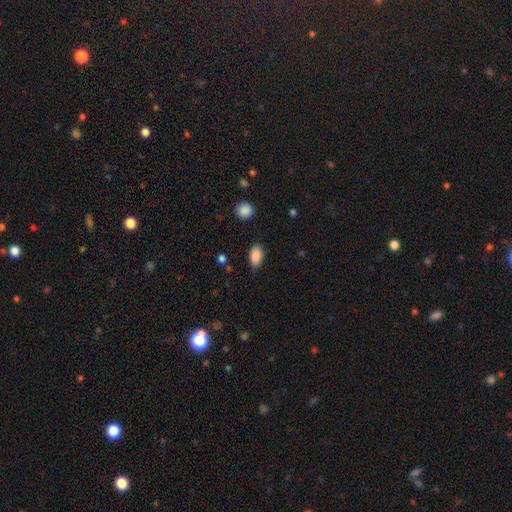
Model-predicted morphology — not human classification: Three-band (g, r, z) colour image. It shows a smooth galaxy with no disk features (87%) that is in between round and cigar-shaped (90%). Merging: none (81%).